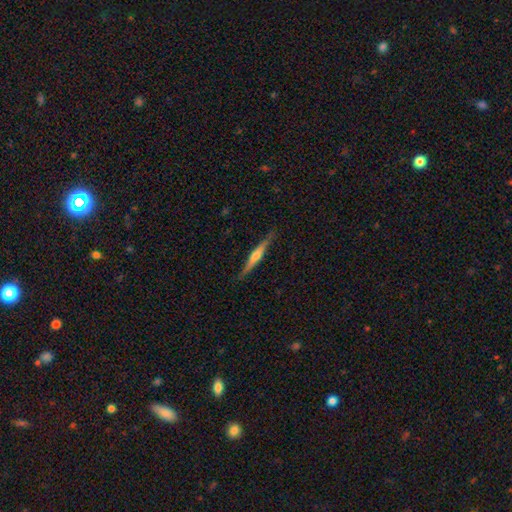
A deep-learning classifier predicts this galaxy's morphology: Overall: featured or disk (60%; smooth 34%). Edge-on disk: yes (97%). Edge-on bulge: rounded (71%). Merging: none (84%).